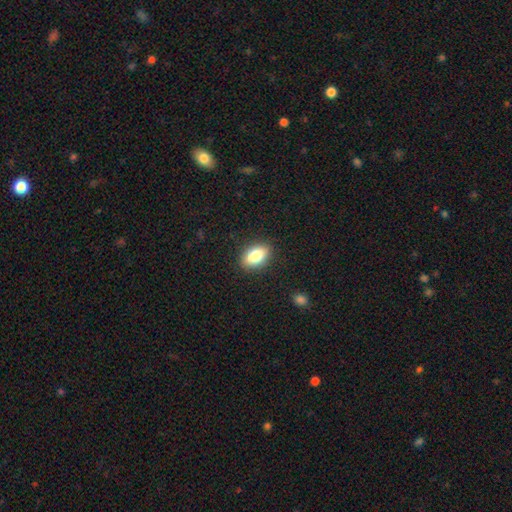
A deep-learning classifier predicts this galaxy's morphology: smooth_or_featured: smooth (p=0.81) [alt: featured or disk p=0.12]
how_rounded: in between (p=0.88) [alt: round p=0.10]
merging: none (p=0.88) [alt: minor disturbance p=0.09]